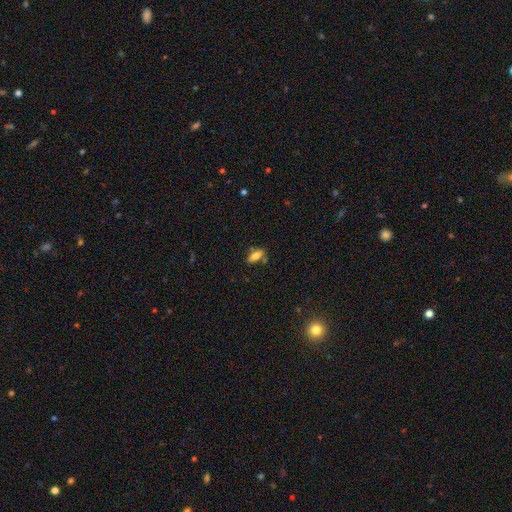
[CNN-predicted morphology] The model was most divided on "merging": none: 67%, minor disturbance: 19%, merger: 9%, major disturbance: 5%. More confident: how rounded — in between (78%); smooth or featured — smooth (75%).